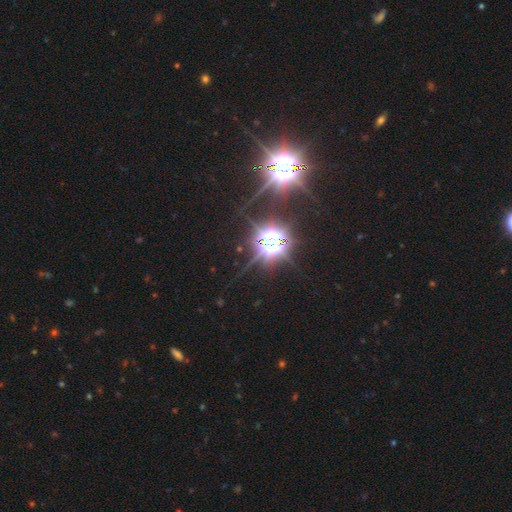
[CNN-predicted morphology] Smooth or featured: star or artifact — 82% (smooth — 12%)